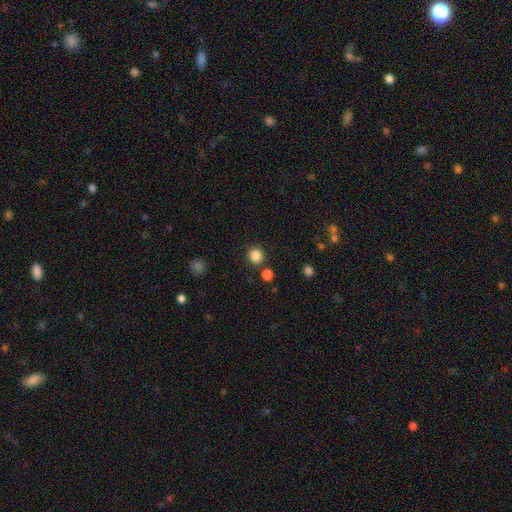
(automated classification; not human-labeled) A smooth galaxy with no disk features (85%) that is round (90%). Merging: none (86%).